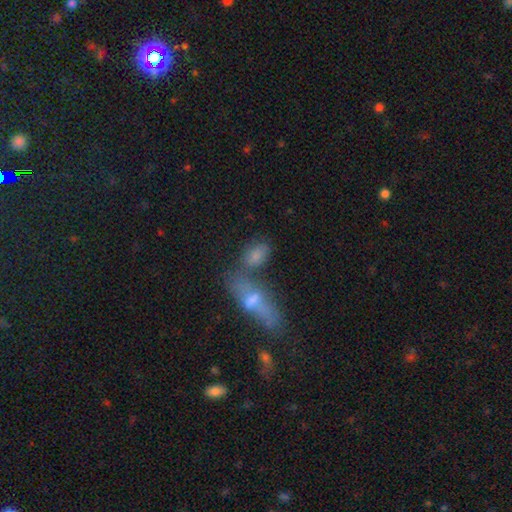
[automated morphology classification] This is likely a smooth galaxy (72%). How rounded: clearly in between (85%). Merging: marginally merger (40%).